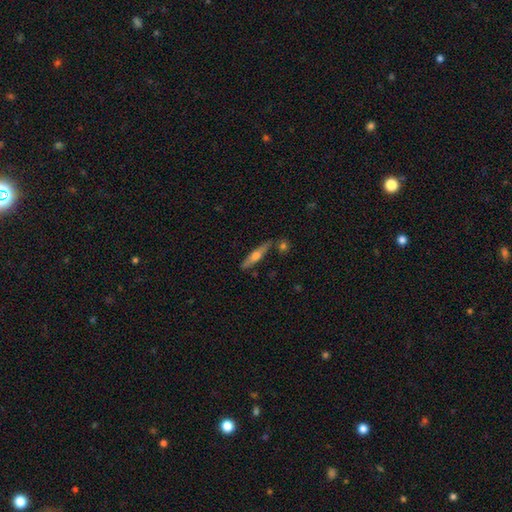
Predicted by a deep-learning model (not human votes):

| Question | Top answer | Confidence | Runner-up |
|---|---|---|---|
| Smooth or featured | featured or disk | 55% | smooth (39%) |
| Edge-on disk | yes | 94% | no (6%) |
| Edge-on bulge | rounded | 89% | none (6%) |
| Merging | none | 79% | minor disturbance (11%) |